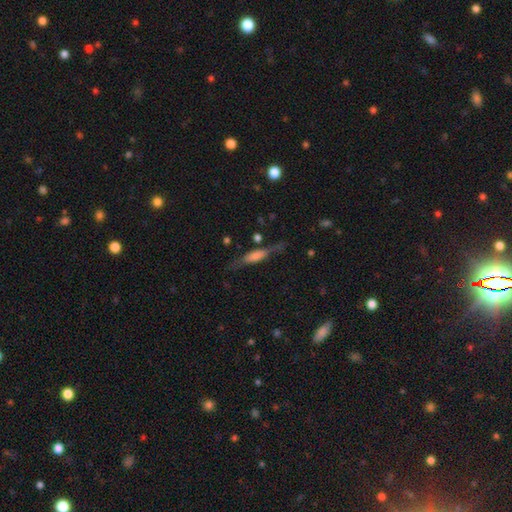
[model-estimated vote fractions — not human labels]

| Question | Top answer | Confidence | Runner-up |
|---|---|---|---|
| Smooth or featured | featured or disk | 58% | smooth (33%) |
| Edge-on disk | yes | 88% | no (12%) |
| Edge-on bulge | rounded | 45% | boxy (39%) |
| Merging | none | 72% | minor disturbance (18%) |